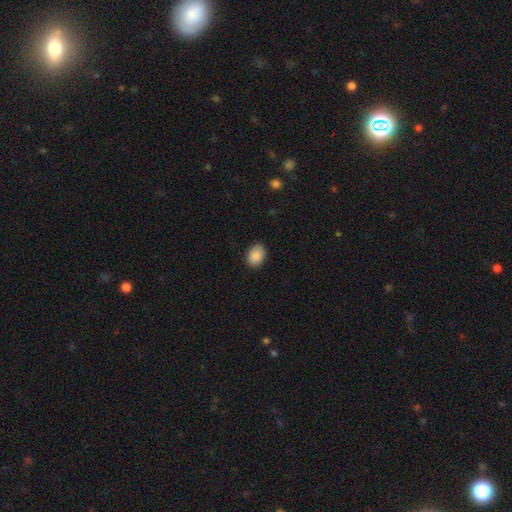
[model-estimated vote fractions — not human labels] This appears to be a smooth galaxy with no disk features (88%) that is in between round and cigar-shaped (74%). Merging: none (88%).